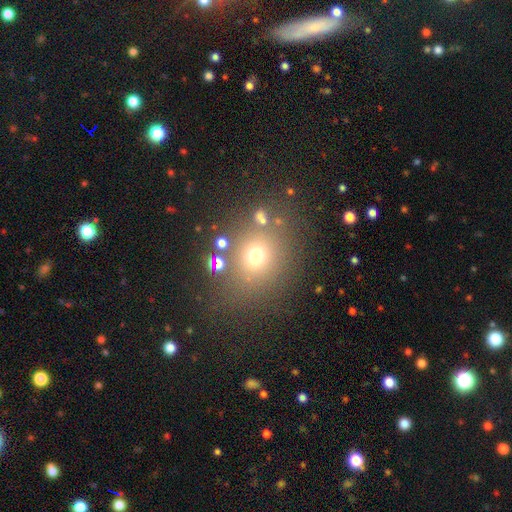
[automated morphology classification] smooth-or-featured: smooth: 67% | star or artifact: 23% | featured or disk: 11%
  how-rounded: round: 78% | in between: 21% | cigar-shaped: 1%
  merging: none: 74% | minor disturbance: 11% | merger: 7% | major disturbance: 7%